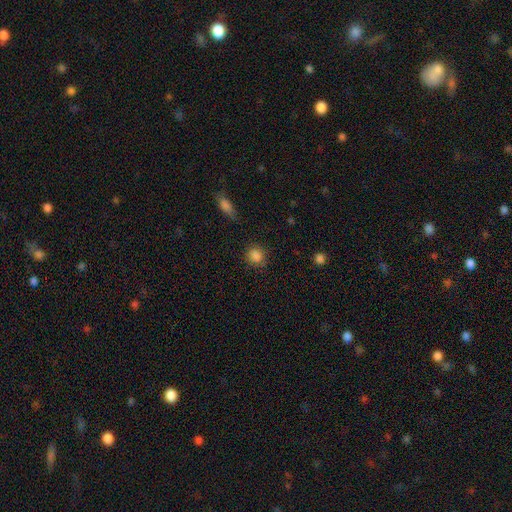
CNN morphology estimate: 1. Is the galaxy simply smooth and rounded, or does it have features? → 86% smooth, 10% star or artifact, 4% featured or disk.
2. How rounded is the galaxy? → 79% round, 20% in between, 1% cigar-shaped.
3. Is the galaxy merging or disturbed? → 83% none, 12% minor disturbance, 4% major disturbance, 2% merger.